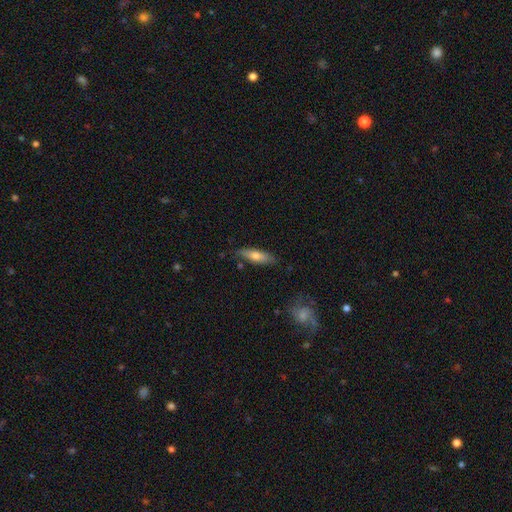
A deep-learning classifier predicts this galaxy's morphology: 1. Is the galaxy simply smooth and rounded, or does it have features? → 67% smooth, 27% featured or disk, 6% star or artifact.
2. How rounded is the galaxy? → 53% cigar-shaped, 44% in between, 2% round.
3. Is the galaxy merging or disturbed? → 81% none, 14% minor disturbance, 3% major disturbance, 2% merger.